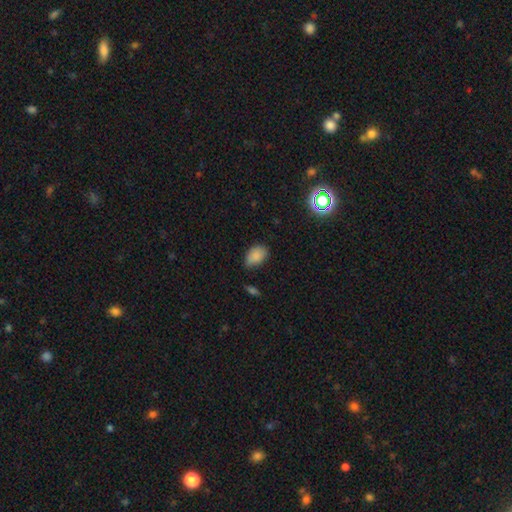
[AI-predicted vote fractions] Smooth or featured? smooth (84%)
How rounded? in between (86%)
Merging? none (64%)